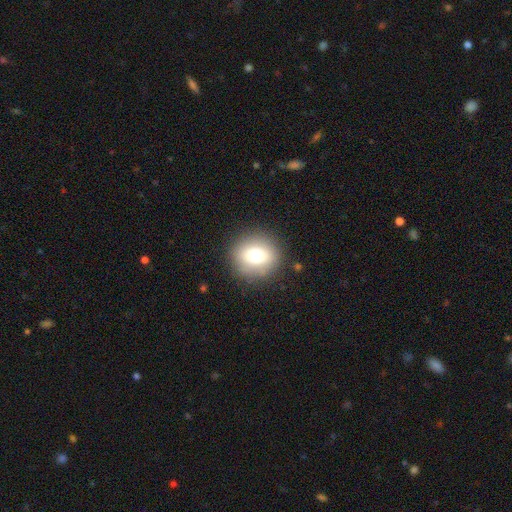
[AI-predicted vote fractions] Overall: smooth (72%). How rounded: round (88%). Merging: none (88%).